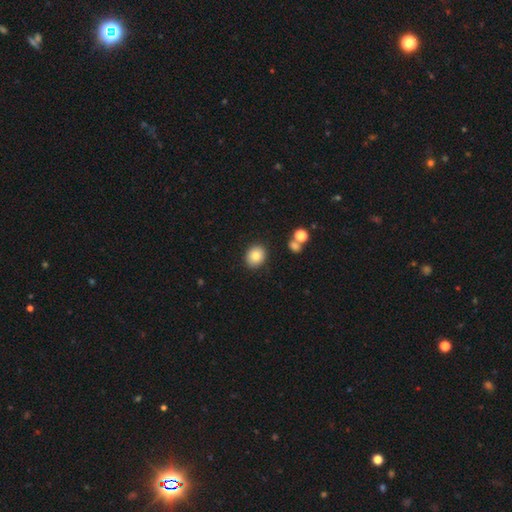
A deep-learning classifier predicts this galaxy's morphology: type=smooth (81%); roundness=round (60%); merging=none (87%).